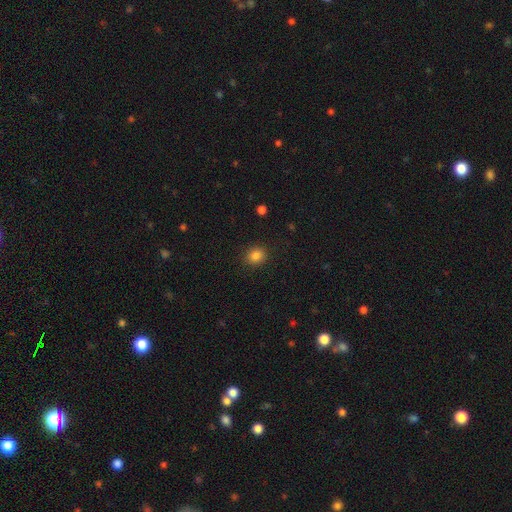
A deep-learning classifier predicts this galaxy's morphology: Overall: smooth (85%). How rounded: round (72%). Merging: none (89%).